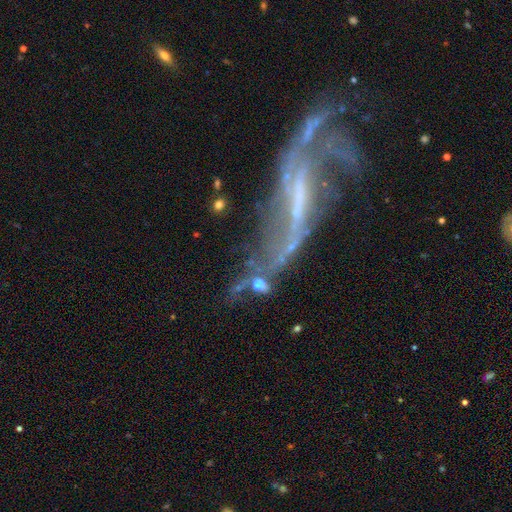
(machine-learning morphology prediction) Smooth or featured? featured or disk (75%)
Edge-on disk? no (77%)
Bar? strong (43%)
Spiral arms? yes (67%)
Bulge size? none (47%)
Merging? none (36%)